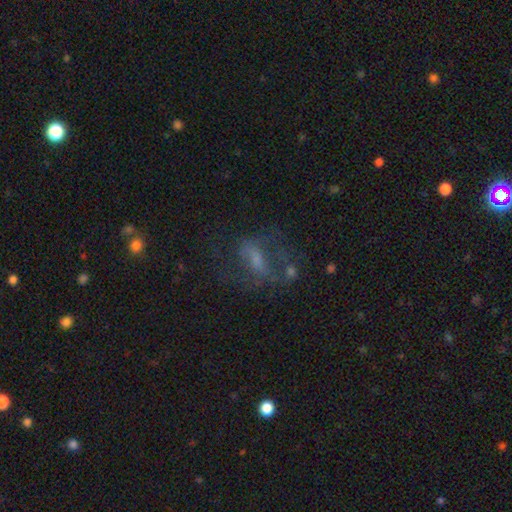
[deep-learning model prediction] Smooth or featured? Predicted: featured or disk (p=0.48). Merging? Predicted: none (p=0.52).